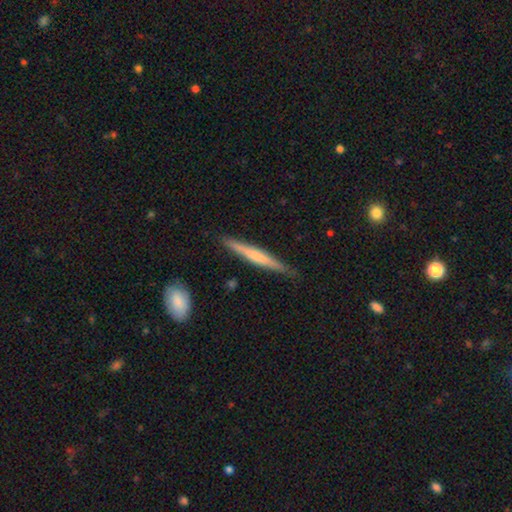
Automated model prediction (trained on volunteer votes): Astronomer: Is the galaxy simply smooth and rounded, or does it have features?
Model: featured or disk — 50% (runner-up: smooth, 45%).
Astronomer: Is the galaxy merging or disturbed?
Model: none — 87%.